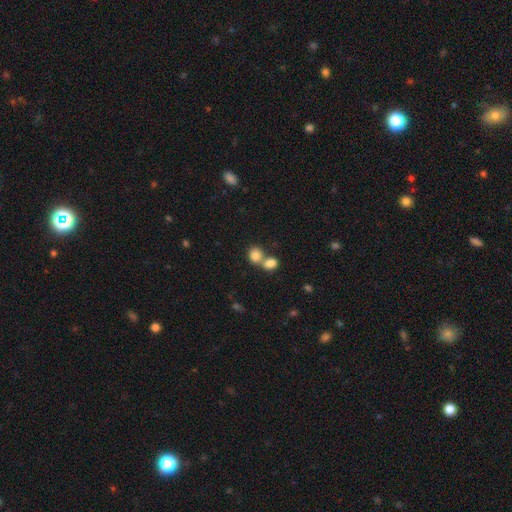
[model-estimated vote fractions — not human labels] Smooth or featured?
  - smooth: 82% *
  - star or artifact: 10%
  - featured or disk: 8%
How rounded?
  - round: 64% *
  - in between: 34%
  - cigar-shaped: 1%
Merging?
  - merger: 56% *
  - none: 34%
  - minor disturbance: 7%
  - major disturbance: 3%